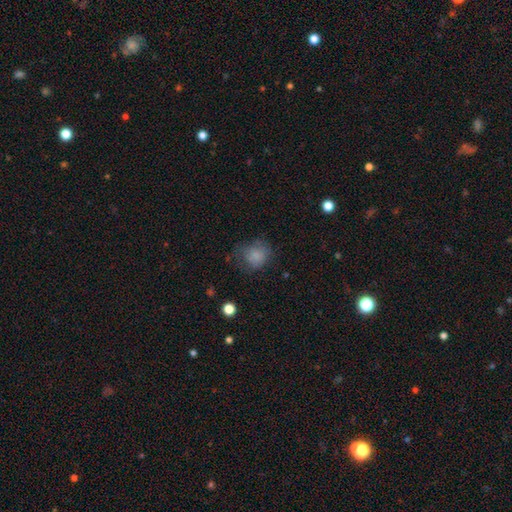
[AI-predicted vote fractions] This is likely a smooth galaxy (78%). How rounded: likely round (72%). Merging: possibly none (51%).